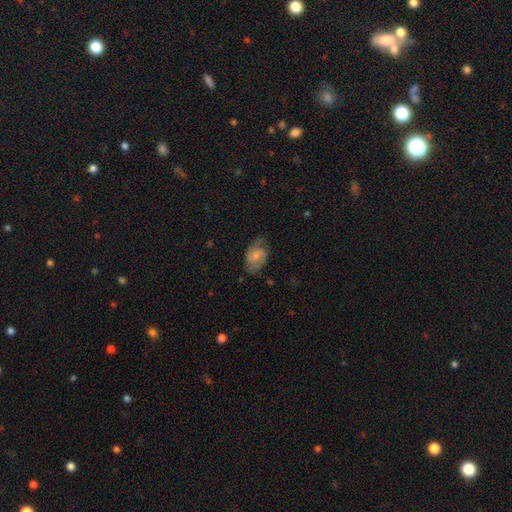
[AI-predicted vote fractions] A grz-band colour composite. It shows a featured or disk galaxy (50%). Merging: none (65%).